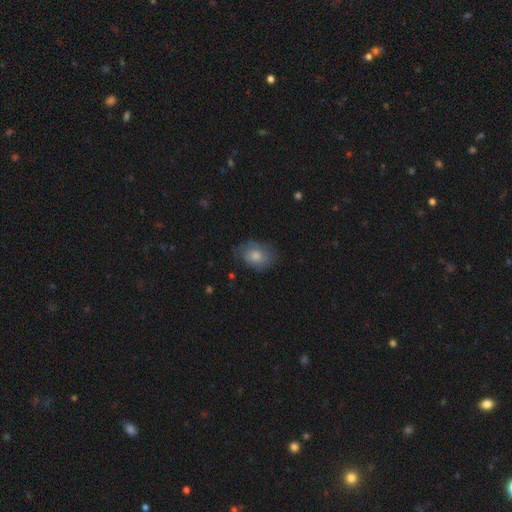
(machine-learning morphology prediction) Smooth or featured? smooth (70%)
How rounded? in between (64%)
Merging? none (61%)